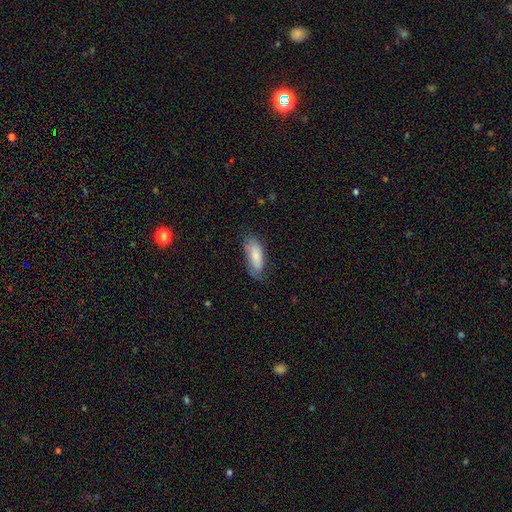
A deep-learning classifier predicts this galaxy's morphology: A smooth galaxy with no disk features (77%) that is in between round and cigar-shaped (77%). Merging: none (63%).